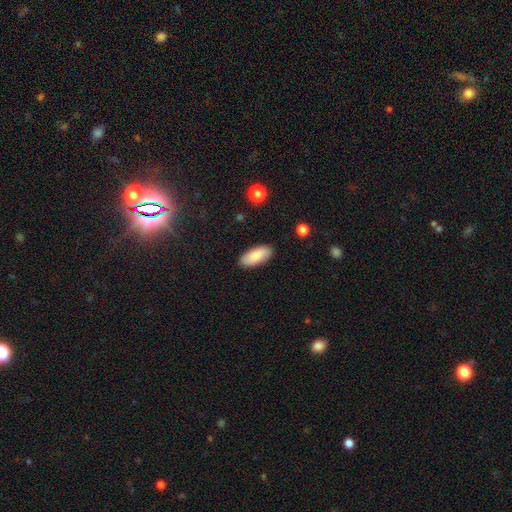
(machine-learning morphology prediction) Smooth or featured: smooth — 87% (featured or disk — 7%)
How rounded: in between — 85% (cigar-shaped — 14%)
Merging: none — 88% (minor disturbance — 9%)